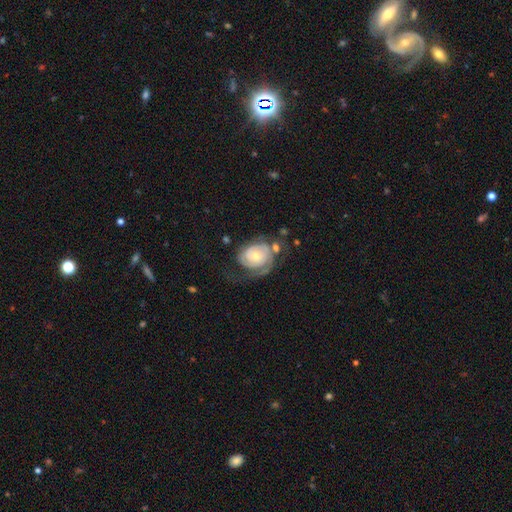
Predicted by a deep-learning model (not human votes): A featured or disk galaxy (80%) with no bar (76%), 2 (45%) tight (64%) spiral arms (92%) and a moderate central bulge (54%). Merging: none (45%).